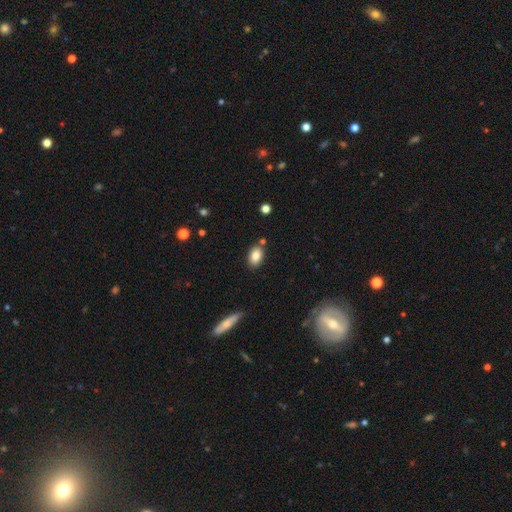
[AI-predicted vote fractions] A smooth galaxy with no disk features (84%) that is in between round and cigar-shaped (88%). Merging: none (80%).